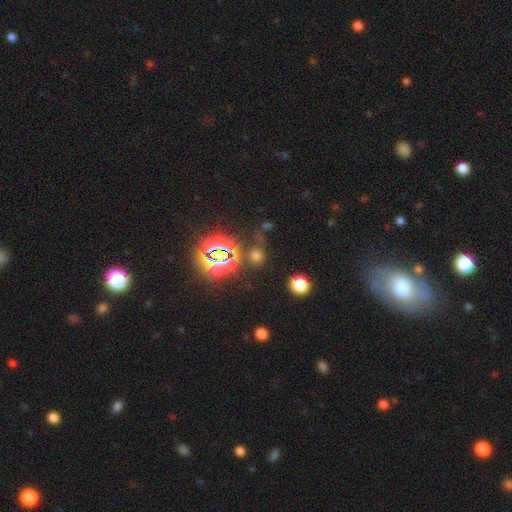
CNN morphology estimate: smooth-or-featured: smooth: 50% | star or artifact: 43% | featured or disk: 7%
  merging: none: 73% | minor disturbance: 12% | merger: 8% | major disturbance: 7%